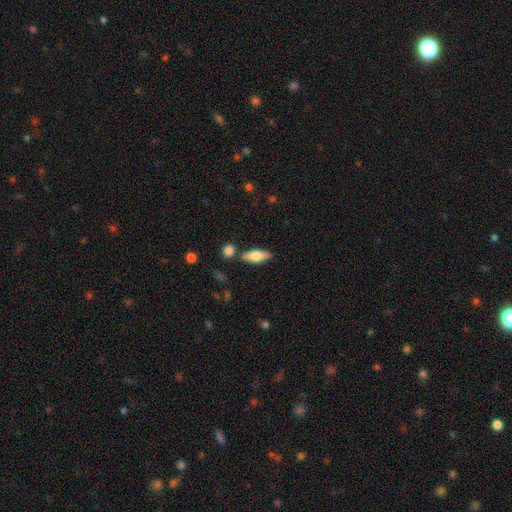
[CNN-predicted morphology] Smooth or featured?
  - smooth: 66% *
  - featured or disk: 28%
  - star or artifact: 6%
How rounded?
  - in between: 64% *
  - cigar-shaped: 34%
  - round: 3%
Merging?
  - none: 79% *
  - minor disturbance: 11%
  - merger: 7%
  - major disturbance: 3%